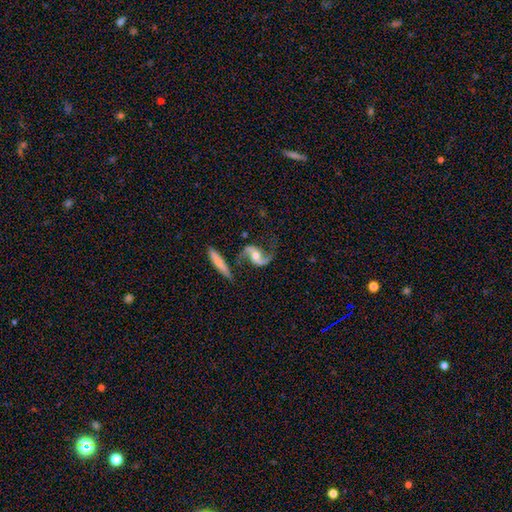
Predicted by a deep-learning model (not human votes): smooth_or_featured: featured or disk (p=0.89) [alt: smooth p=0.06]
disk_edge_on: no (p=0.96) [alt: yes p=0.04]
bar: no (p=0.50) [alt: weak p=0.33]
has_spiral_arms: yes (p=0.97) [alt: no p=0.03]
spiral_winding: loose (p=0.72) [alt: medium p=0.23]
spiral_arm_count: 2 (p=0.93) [alt: 1 p=0.02]
bulge_size: moderate (p=0.68) [alt: small p=0.22]
merging: none (p=0.68) [alt: minor disturbance p=0.16]